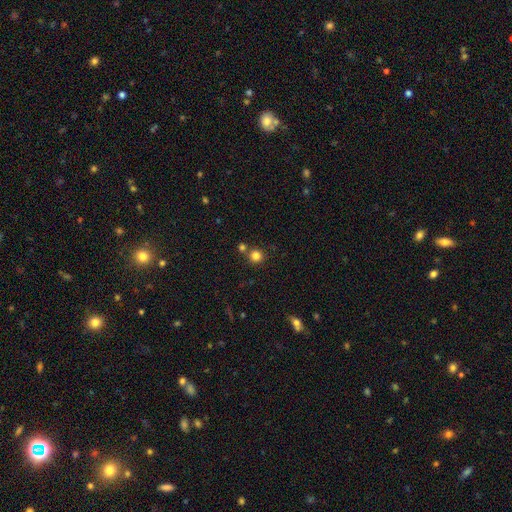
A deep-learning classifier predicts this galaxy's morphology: This is clearly a smooth galaxy (82%). How rounded: clearly round (92%). Merging: likely none (72%).